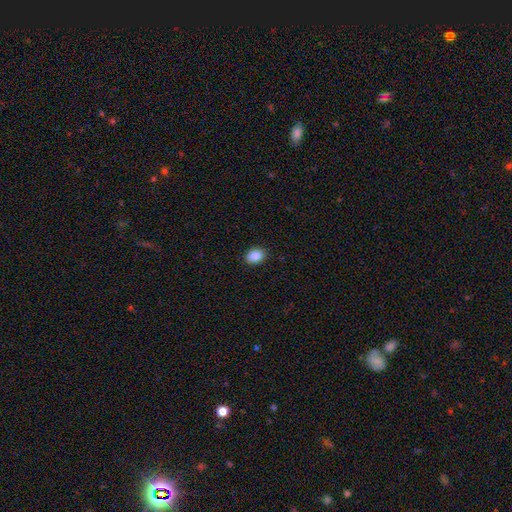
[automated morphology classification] Smooth or featured?
  - smooth: 88% *
  - star or artifact: 8%
  - featured or disk: 4%
How rounded?
  - in between: 67% *
  - round: 32%
  - cigar-shaped: 1%
Merging?
  - none: 90% *
  - minor disturbance: 7%
  - major disturbance: 2%
  - merger: 1%